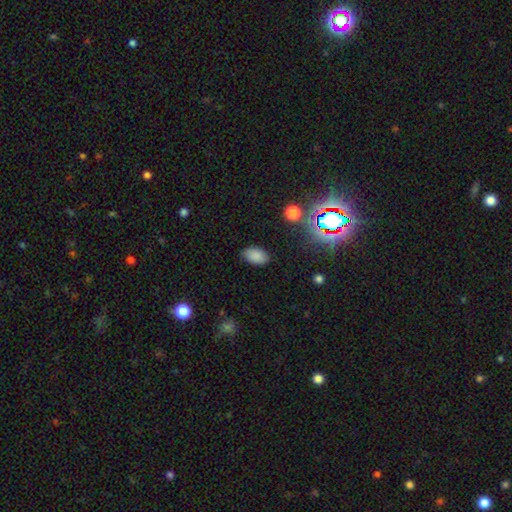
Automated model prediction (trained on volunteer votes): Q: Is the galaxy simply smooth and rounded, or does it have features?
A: smooth — 83%.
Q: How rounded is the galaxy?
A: in between — 92%.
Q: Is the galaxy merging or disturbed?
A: none — 82%.